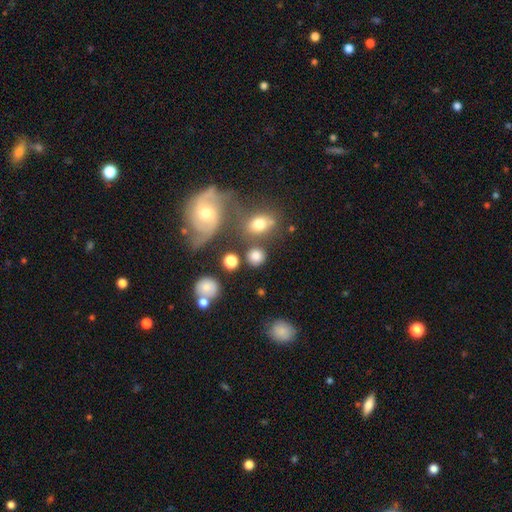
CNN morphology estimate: The model was most divided on "merging": none: 63%, merger: 15%, minor disturbance: 14%, major disturbance: 8%. More confident: how rounded — round (77%); smooth or featured — smooth (74%).